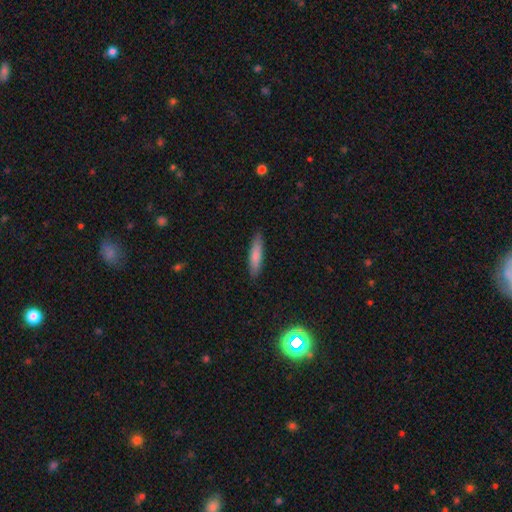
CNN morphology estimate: This appears to be a smooth galaxy with no disk features (81%) that is cigar-shaped (76%). Merging: none (88%).